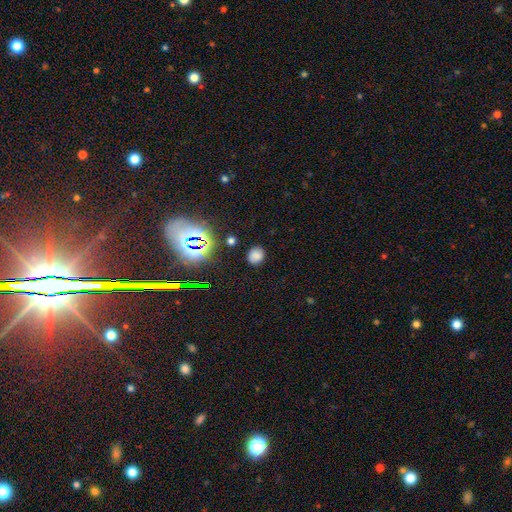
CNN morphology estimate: Smooth or featured?
  - smooth: 73% *
  - star or artifact: 21%
  - featured or disk: 6%
How rounded?
  - round: 72% *
  - in between: 27%
  - cigar-shaped: 1%
Merging?
  - none: 85% *
  - minor disturbance: 10%
  - major disturbance: 3%
  - merger: 2%